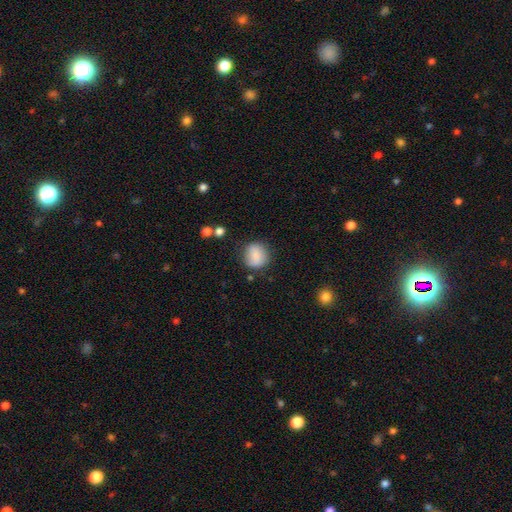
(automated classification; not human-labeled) Smooth or featured: smooth — 83% (featured or disk — 9%)
How rounded: round — 76% (in between — 23%)
Merging: none — 75% (minor disturbance — 17%)